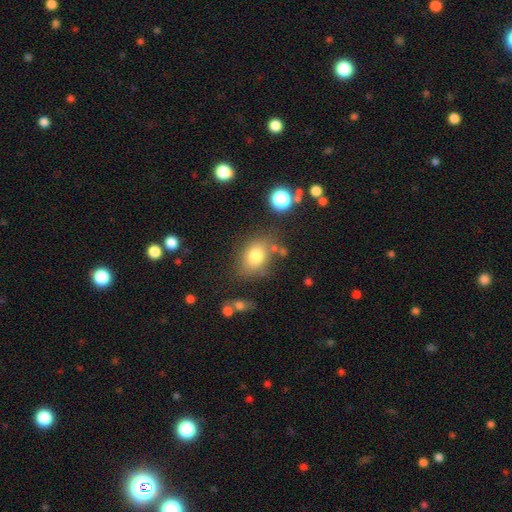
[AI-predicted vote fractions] This is likely a smooth galaxy (77%). How rounded: likely in between (66%). Merging: likely none (72%).